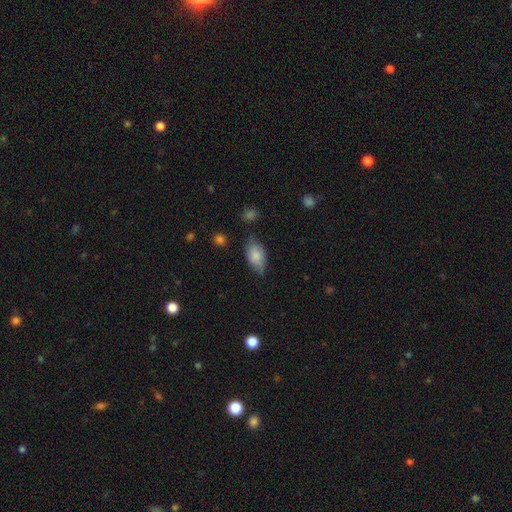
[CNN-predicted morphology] The model was most divided on "merging": none: 61%, minor disturbance: 30%, major disturbance: 7%, merger: 3%. More confident: how rounded — in between (91%); smooth or featured — smooth (82%).